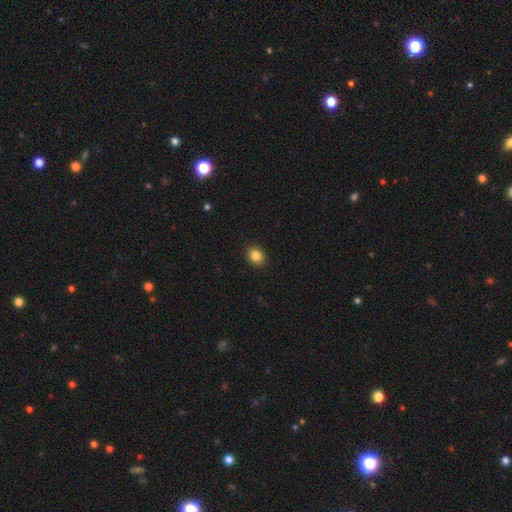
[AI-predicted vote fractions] Morphology: type=smooth (84%); roundness=round (57%); merging=none (91%).